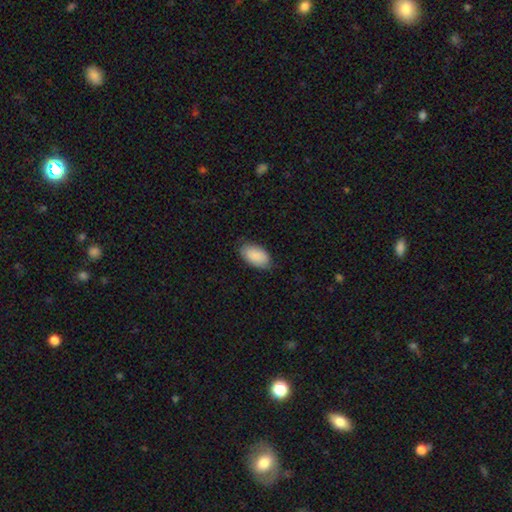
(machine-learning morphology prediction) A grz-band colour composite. It shows a smooth galaxy with no disk features (89%) that is in between round and cigar-shaped (95%). Merging: none (78%).